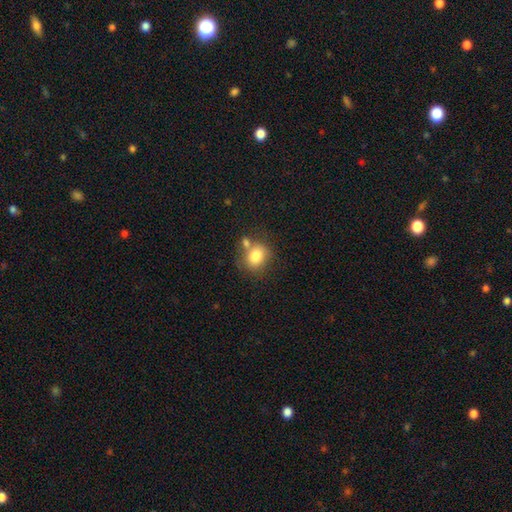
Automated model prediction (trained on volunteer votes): Smooth or featured? Predicted: smooth (p=0.82). How rounded? Predicted: round (p=0.54). Merging? Predicted: none (p=0.56).